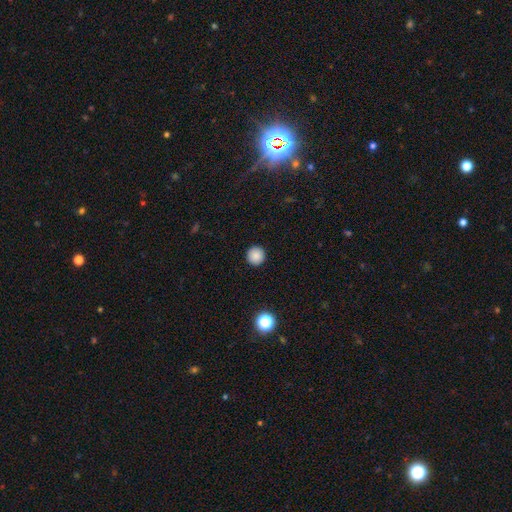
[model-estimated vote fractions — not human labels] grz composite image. It shows a smooth galaxy with no disk features (87%) that is round (96%). Merging: none (93%).